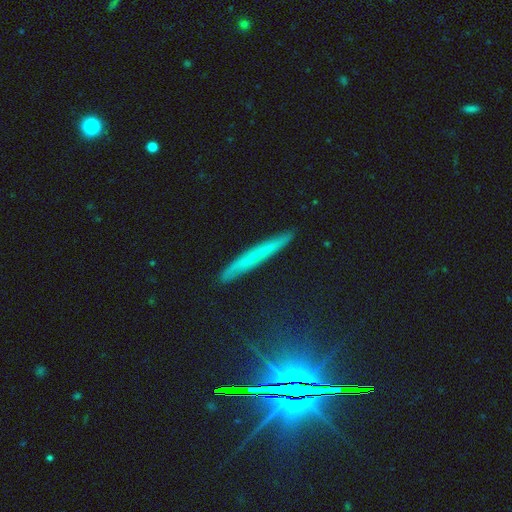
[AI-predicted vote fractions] The model was most divided on "smooth or featured": smooth: 44%, featured or disk: 43%, star or artifact: 13%. More confident: merging — none (87%).